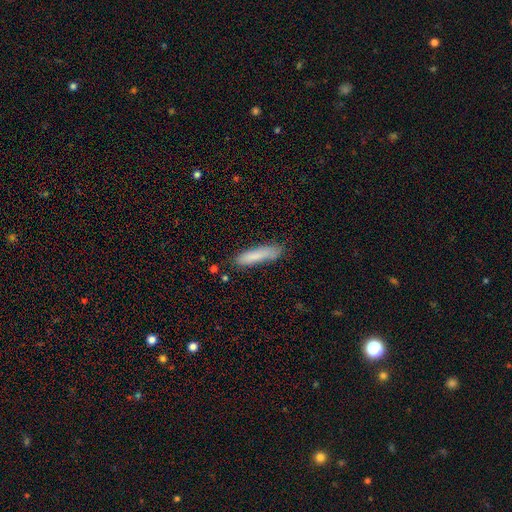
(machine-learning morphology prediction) type=smooth (82%); roundness=cigar-shaped (81%); merging=none (73%).